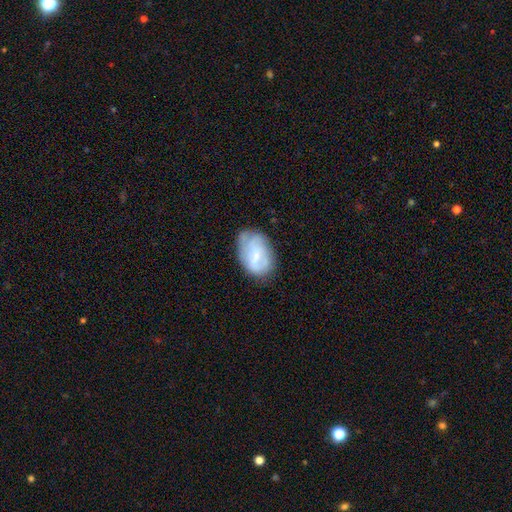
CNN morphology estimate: Smooth or featured?
  - smooth: 50% *
  - featured or disk: 42%
  - star or artifact: 8%
Merging?
  - none: 58% *
  - minor disturbance: 30%
  - major disturbance: 10%
  - merger: 2%